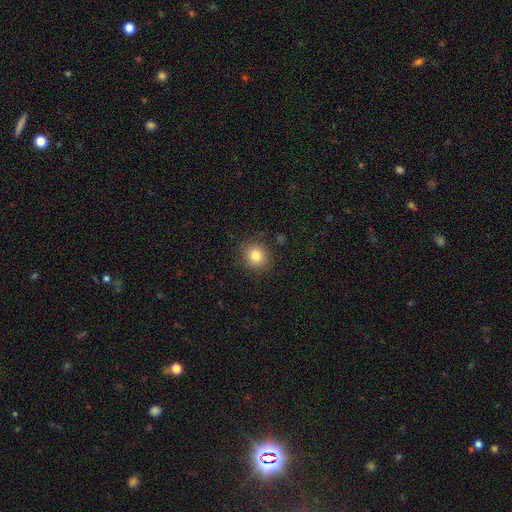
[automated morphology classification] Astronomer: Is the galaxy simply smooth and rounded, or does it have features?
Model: smooth — 82%.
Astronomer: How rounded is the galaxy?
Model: round — 79%.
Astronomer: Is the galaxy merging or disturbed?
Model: none — 87%.